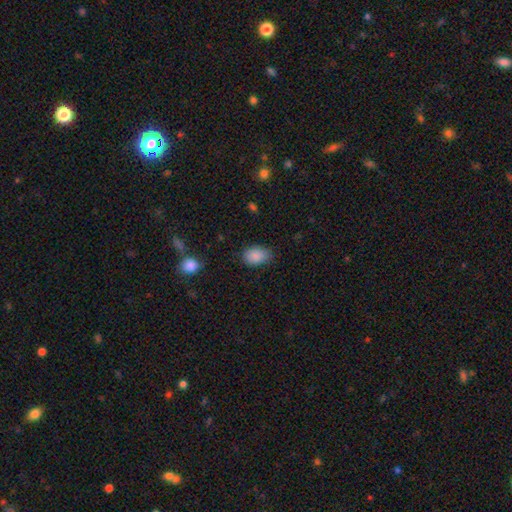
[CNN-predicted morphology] type=smooth (87%); roundness=in between (83%); merging=none (74%).